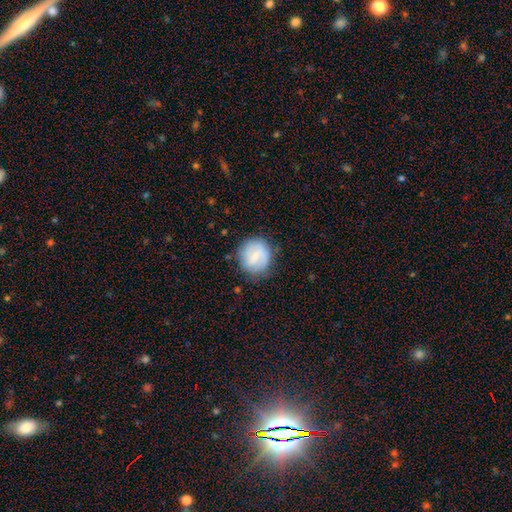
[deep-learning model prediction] smooth 58%, featured or disk 35%, star or artifact 7%. Down the decision tree: how rounded — round (86%); merging — none (75%).